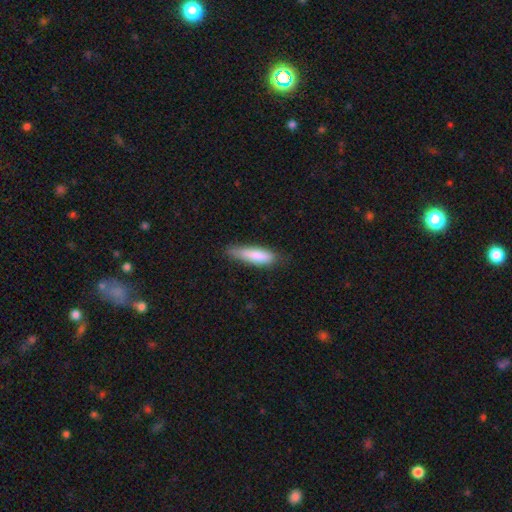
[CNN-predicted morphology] This appears to be a smooth galaxy with no disk features (81%) that is cigar-shaped (64%). Merging: none (63%).